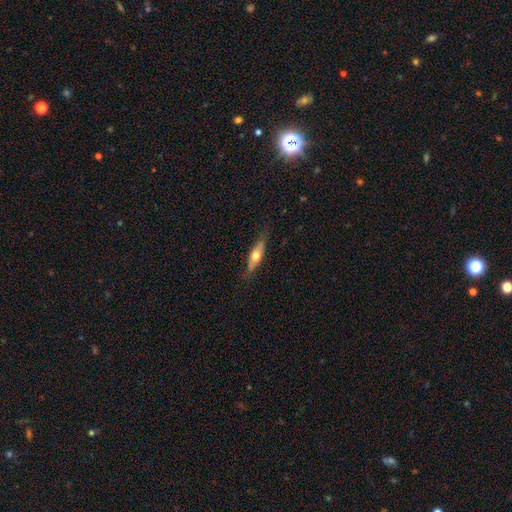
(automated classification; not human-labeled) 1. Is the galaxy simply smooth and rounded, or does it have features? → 51% smooth, 43% featured or disk, 6% star or artifact.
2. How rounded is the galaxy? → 59% cigar-shaped, 39% in between, 3% round.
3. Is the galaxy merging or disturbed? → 80% none, 15% minor disturbance, 3% major disturbance, 1% merger.